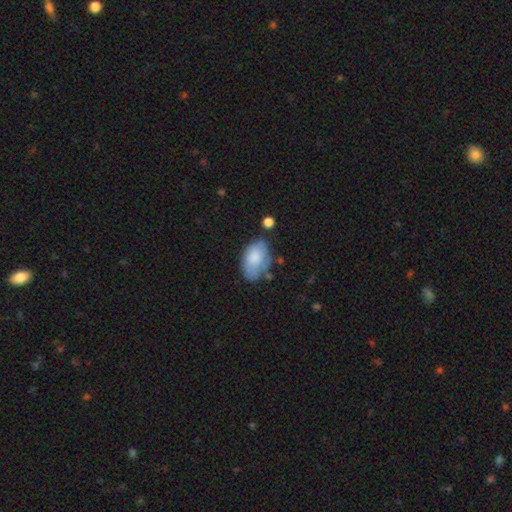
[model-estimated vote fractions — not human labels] Overall: smooth (75%). How rounded: in between (92%). Merging: none (57%; minor disturbance 28%).